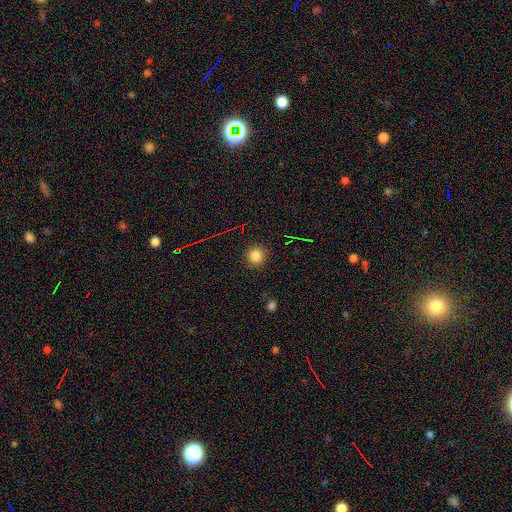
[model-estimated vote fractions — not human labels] smooth-or-featured: smooth: 79% | star or artifact: 15% | featured or disk: 6%
  how-rounded: round: 92% | in between: 7% | cigar-shaped: 1%
  merging: none: 90% | minor disturbance: 7% | major disturbance: 2% | merger: 1%